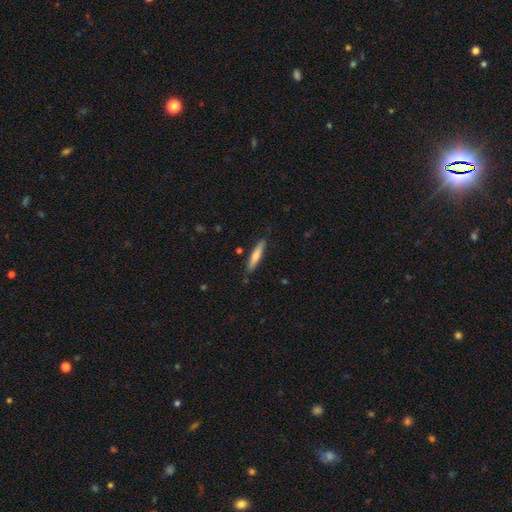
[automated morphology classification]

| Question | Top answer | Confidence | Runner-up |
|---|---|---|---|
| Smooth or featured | smooth | 65% | featured or disk (30%) |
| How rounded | cigar-shaped | 88% | in between (11%) |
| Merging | none | 84% | minor disturbance (11%) |